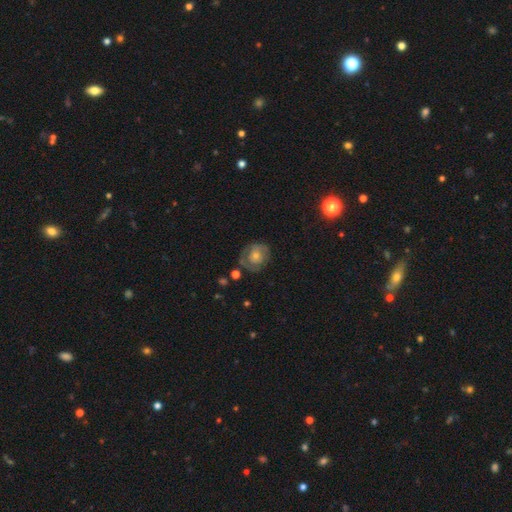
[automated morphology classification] type=featured or disk (61%); edge-on=no (97%); bar=no (78%); spiral arms=yes (73%); bulge=small (49%); merging=none (69%).